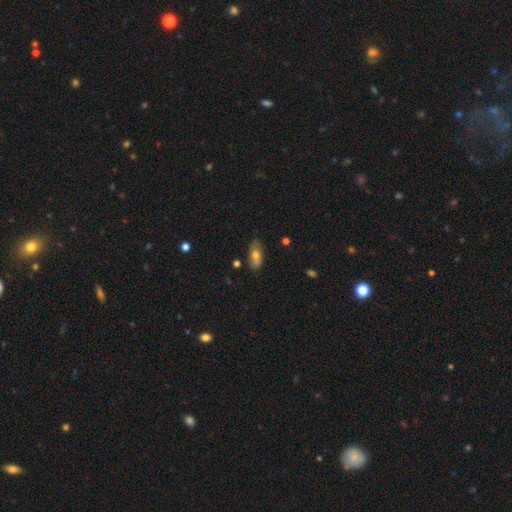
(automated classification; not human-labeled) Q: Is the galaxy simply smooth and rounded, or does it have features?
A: smooth — 65%.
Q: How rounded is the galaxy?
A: in between — 81%.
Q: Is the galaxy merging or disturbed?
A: none — 65%.